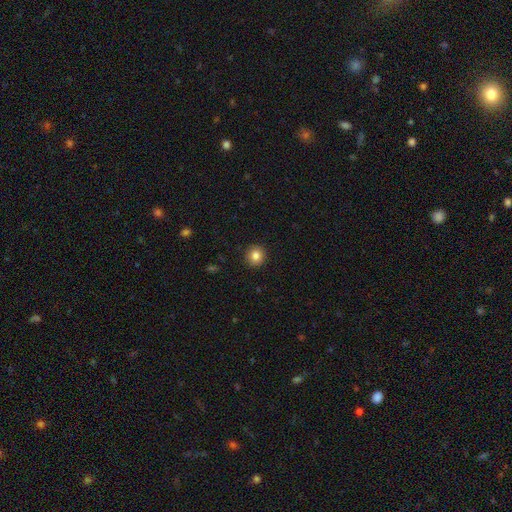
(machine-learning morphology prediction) This is clearly a smooth galaxy (84%). How rounded: clearly round (93%). Merging: clearly none (92%).